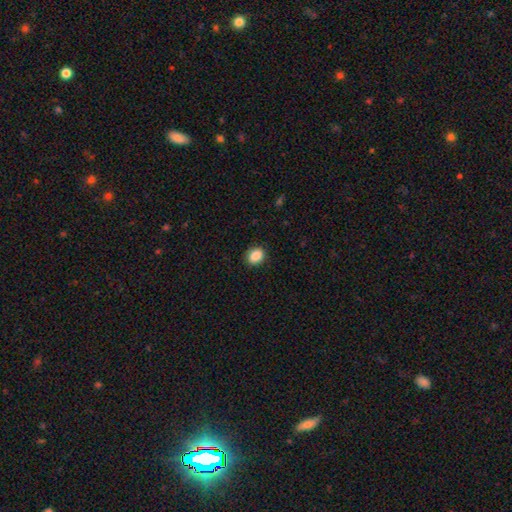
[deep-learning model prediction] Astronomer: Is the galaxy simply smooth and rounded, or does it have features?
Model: smooth — 88%.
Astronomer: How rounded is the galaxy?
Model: round — 51% (runner-up: in between, 48%).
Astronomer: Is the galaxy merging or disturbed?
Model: none — 89%.